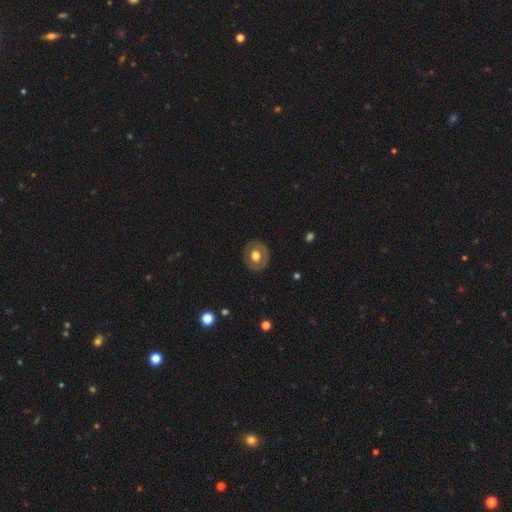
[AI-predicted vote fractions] The model was most divided on "smooth or featured": smooth: 54%, featured or disk: 39%, star or artifact: 7%. More confident: merging — none (85%); how rounded — round (71%).